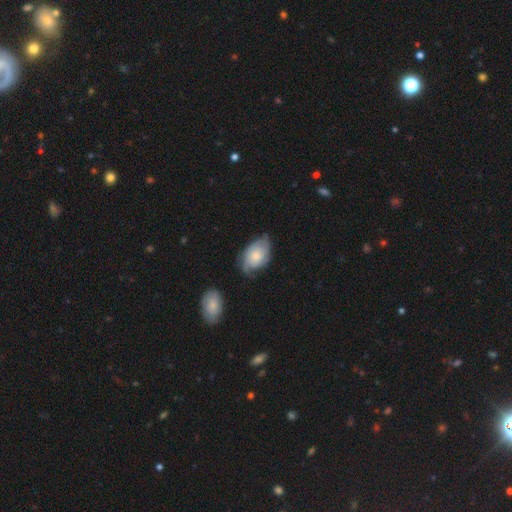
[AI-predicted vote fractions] featured or disk 49%, smooth 45%, star or artifact 7%. Down the decision tree: merging — none (54%).